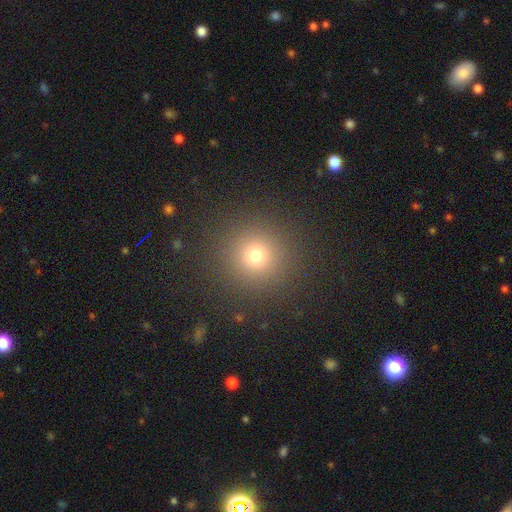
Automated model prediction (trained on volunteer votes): A smooth galaxy with no disk features (71%) that is round (94%). Merging: none (89%).